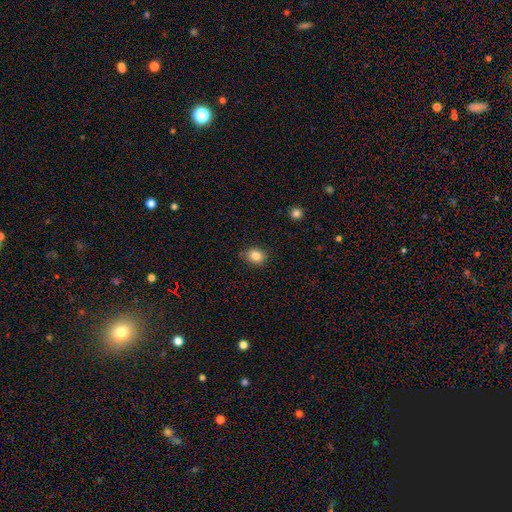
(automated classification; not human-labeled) This is clearly a smooth galaxy (85%). How rounded: possibly round (53%). Merging: clearly none (83%).